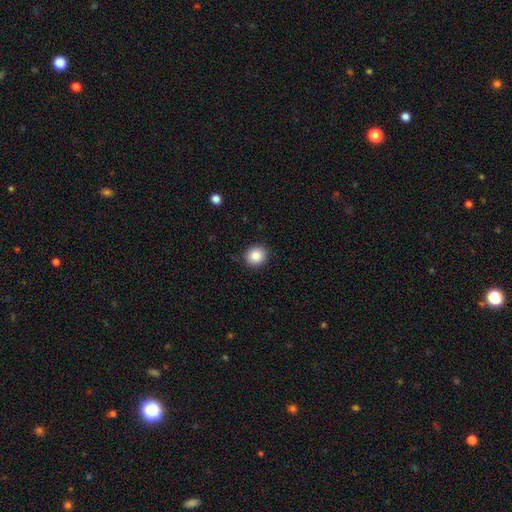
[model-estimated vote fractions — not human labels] A smooth galaxy with no disk features (86%) that is round (83%).

Vote fractions:
- Smooth or featured? smooth: 86% / star or artifact: 9% / featured or disk: 5%
- How rounded? round: 83% / in between: 16% / cigar-shaped: 1%
- Merging? none: 89% / minor disturbance: 8% / major disturbance: 2% / merger: 1%